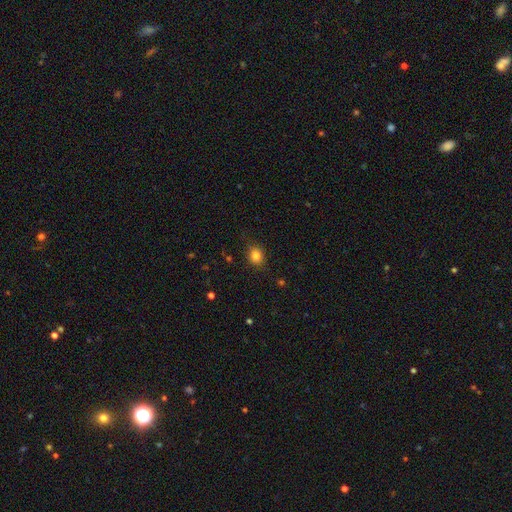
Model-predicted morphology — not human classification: Smooth or featured? Predicted: smooth (p=0.83). How rounded? Predicted: round (p=0.65). Merging? Predicted: none (p=0.82).